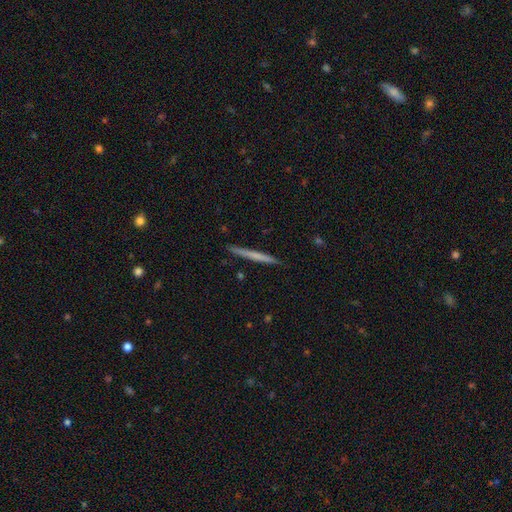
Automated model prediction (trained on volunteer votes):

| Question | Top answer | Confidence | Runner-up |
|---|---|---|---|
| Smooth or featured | smooth | 53% | featured or disk (41%) |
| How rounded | cigar-shaped | 97% | in between (2%) |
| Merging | none | 90% | minor disturbance (7%) |